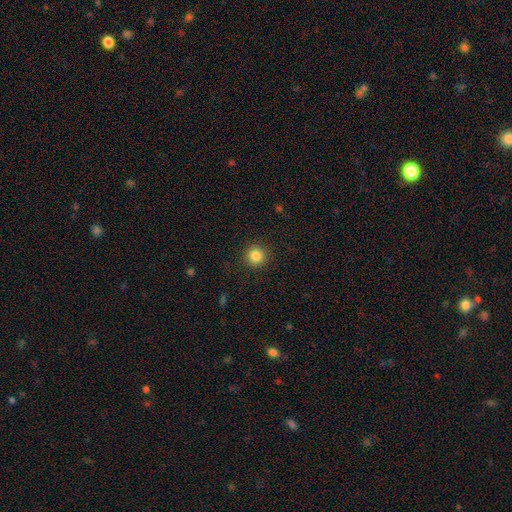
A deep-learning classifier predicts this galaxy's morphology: smooth_or_featured: smooth (p=0.84) [alt: star or artifact p=0.11]
how_rounded: round (p=0.95) [alt: in between p=0.04]
merging: none (p=0.91) [alt: minor disturbance p=0.05]